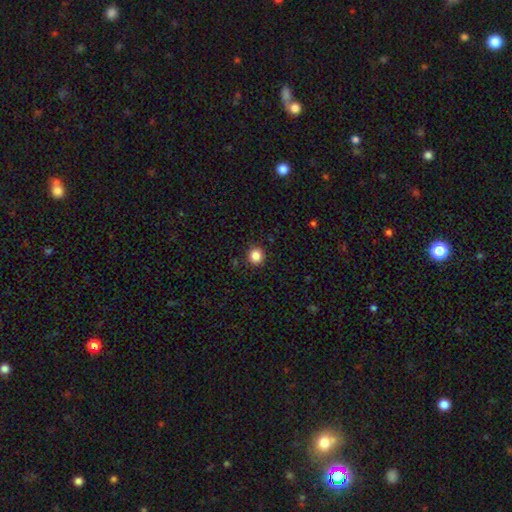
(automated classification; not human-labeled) Overall: smooth (86%). How rounded: round (92%). Merging: none (91%).